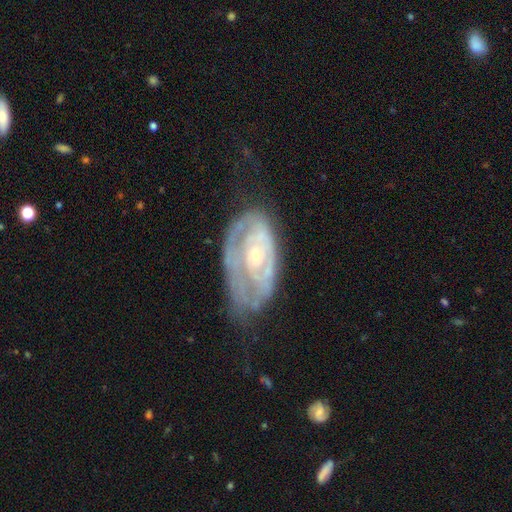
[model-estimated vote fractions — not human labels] smooth_or_featured: featured or disk (p=0.77) [alt: smooth p=0.17]
disk_edge_on: no (p=0.94) [alt: yes p=0.06]
bar: no (p=0.78) [alt: weak p=0.17]
has_spiral_arms: yes (p=0.69) [alt: no p=0.31]
bulge_size: small (p=0.68) [alt: moderate p=0.29]
merging: none (p=0.40) [alt: minor disturbance p=0.31]